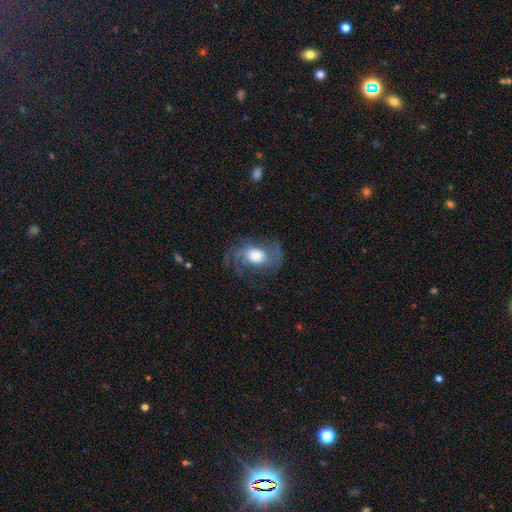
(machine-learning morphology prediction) Smooth or featured: featured or disk — 72% (smooth — 20%)
Edge-on disk: no — 97% (yes — 3%)
Bar: no — 68% (weak — 26%)
Spiral arms: yes — 91% (no — 9%)
Spiral winding: medium — 47% (loose — 37%)
Spiral arm count: 2 — 57% (3 — 14%)
Bulge size: large — 53% (moderate — 28%)
Merging: none — 60% (major disturbance — 20%)